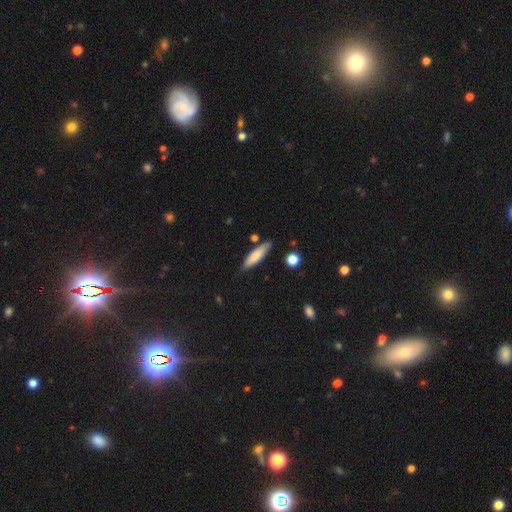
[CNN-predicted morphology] smooth_or_featured: smooth (p=0.77) [alt: featured or disk p=0.17]
how_rounded: cigar-shaped (p=0.71) [alt: in between p=0.27]
merging: none (p=0.81) [alt: minor disturbance p=0.13]